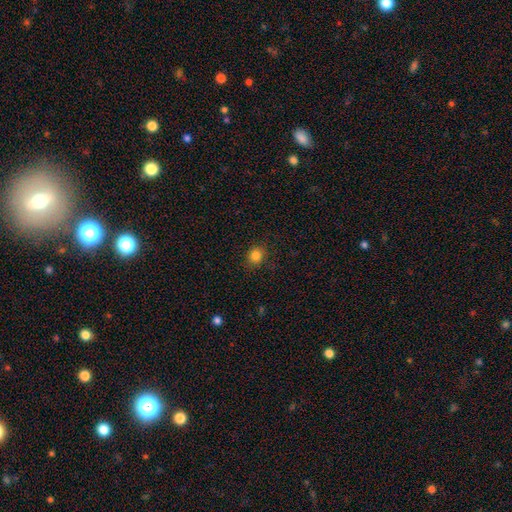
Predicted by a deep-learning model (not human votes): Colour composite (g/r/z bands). It shows a smooth galaxy with no disk features (83%) that is round (77%). Merging: none (87%).